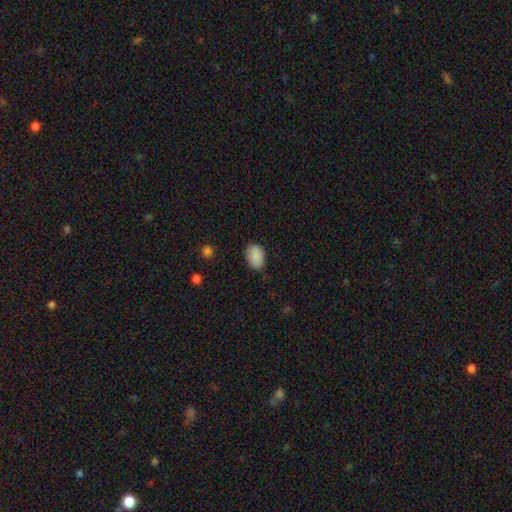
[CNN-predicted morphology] smooth 89%, star or artifact 7%, featured or disk 4%. Down the decision tree: how rounded — in between (86%); merging — none (78%).